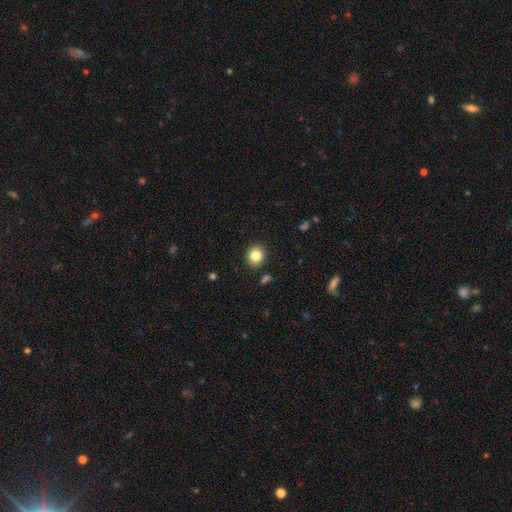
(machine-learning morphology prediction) This appears to be a smooth galaxy with no disk features (83%) that is round (80%). Merging: none (90%).